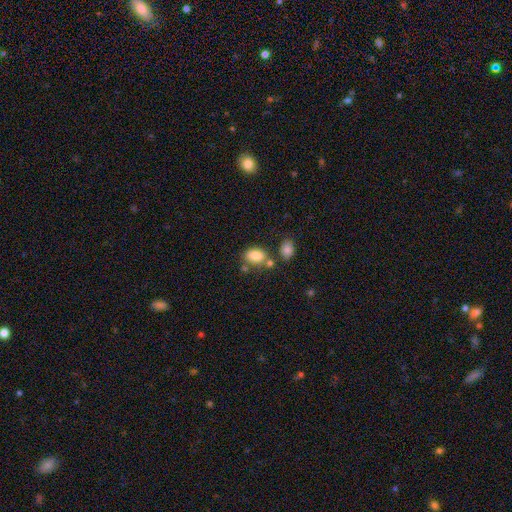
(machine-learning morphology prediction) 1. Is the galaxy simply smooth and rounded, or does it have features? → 82% smooth, 9% star or artifact, 9% featured or disk.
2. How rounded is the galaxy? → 82% in between, 17% round, 2% cigar-shaped.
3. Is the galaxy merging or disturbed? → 62% none, 17% merger, 16% minor disturbance, 5% major disturbance.